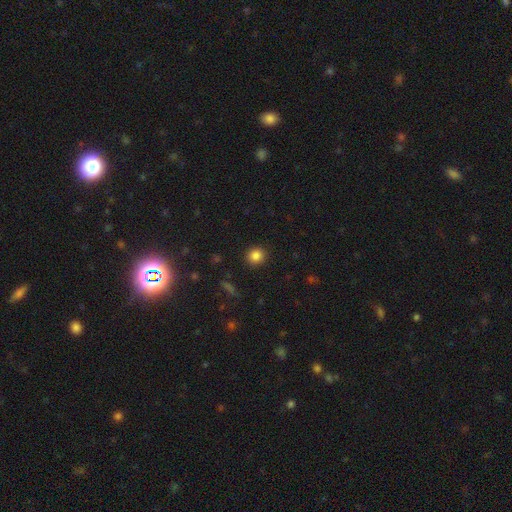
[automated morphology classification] type=smooth (84%); roundness=round (89%); merging=none (91%).